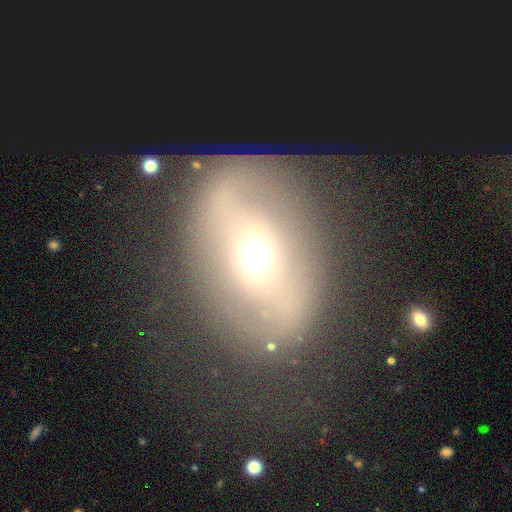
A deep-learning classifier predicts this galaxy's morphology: Q: Smooth or featured?
A: featured or disk (58%); runner-up: smooth (32%)
Q: Edge-on disk?
A: no (91%); runner-up: yes (9%)
Q: Bar?
A: no (37%); runner-up: strong (32%)
Q: Spiral arms?
A: no (61%); runner-up: yes (39%)
Q: Bulge size?
A: moderate (58%); runner-up: small (29%)
Q: Merging?
A: none (63%); runner-up: minor disturbance (18%)